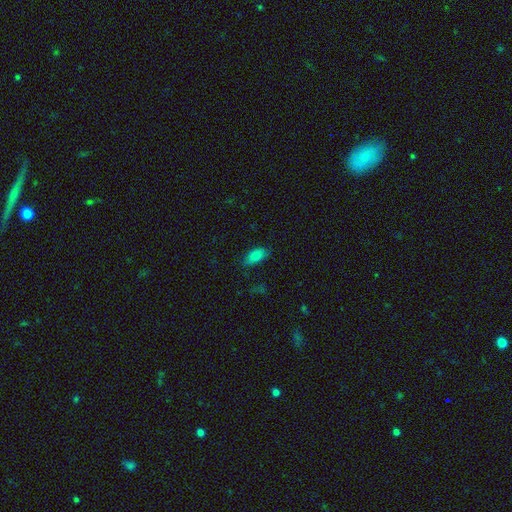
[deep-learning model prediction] smooth_or_featured: smooth (p=0.79) [alt: featured or disk p=0.11]
how_rounded: in between (p=0.89) [alt: cigar-shaped p=0.07]
merging: none (p=0.76) [alt: minor disturbance p=0.18]